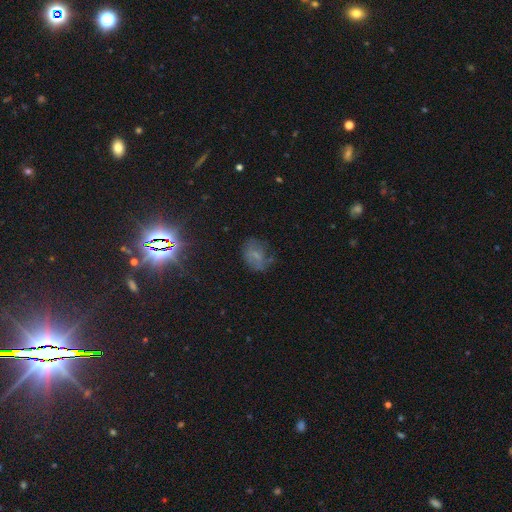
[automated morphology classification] type=smooth (48%); merging=none (56%).